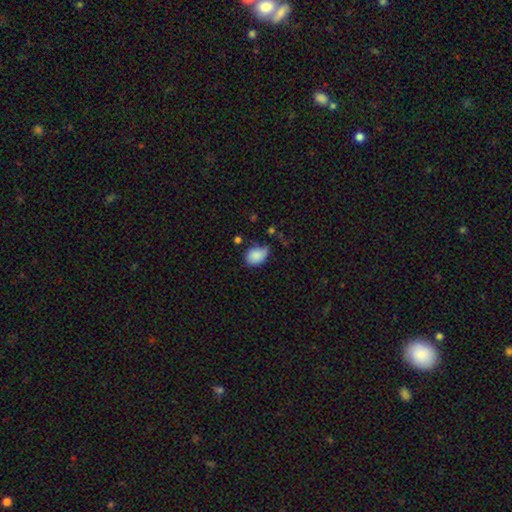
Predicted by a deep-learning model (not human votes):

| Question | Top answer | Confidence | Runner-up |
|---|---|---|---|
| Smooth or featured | smooth | 84% | star or artifact (8%) |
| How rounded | in between | 62% | round (37%) |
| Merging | none | 47% | minor disturbance (37%) |